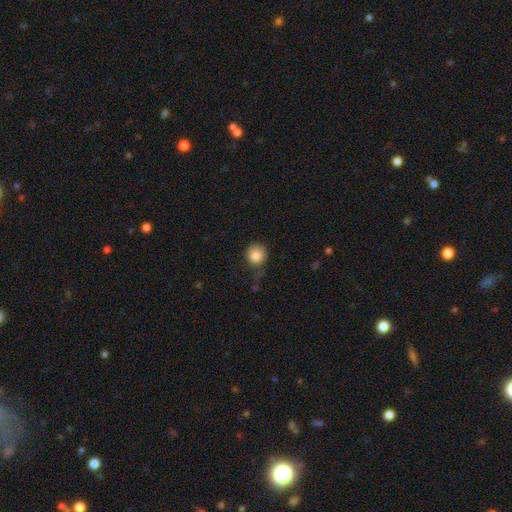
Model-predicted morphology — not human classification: The model was most divided on "merging": none: 63%, minor disturbance: 25%, major disturbance: 10%, merger: 3%. More confident: how rounded — round (90%); smooth or featured — smooth (84%).